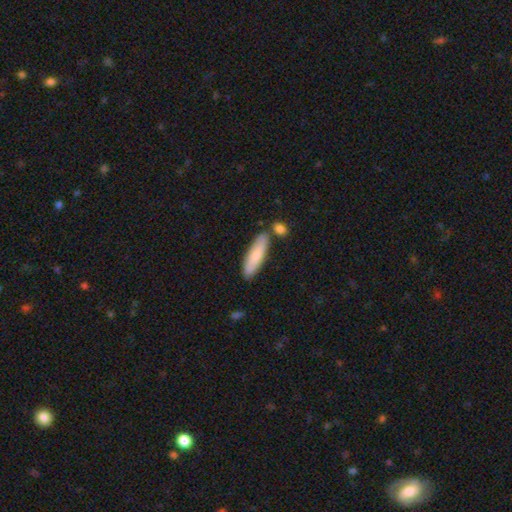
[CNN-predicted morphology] smooth-or-featured: smooth: 78% | featured or disk: 16% | star or artifact: 5%
  how-rounded: cigar-shaped: 64% | in between: 34% | round: 2%
  merging: none: 78% | minor disturbance: 12% | merger: 8% | major disturbance: 2%